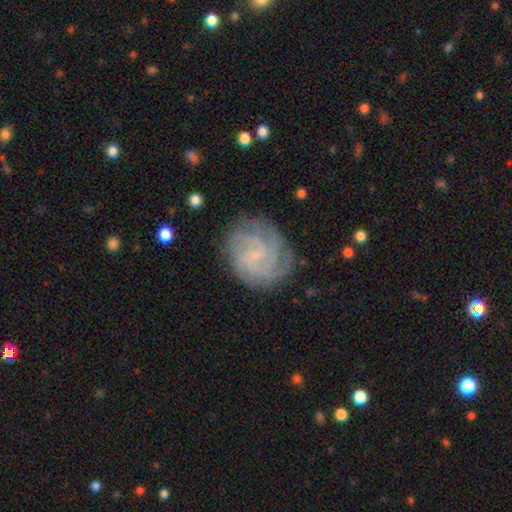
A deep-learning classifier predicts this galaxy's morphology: Overall: featured or disk (80%). Edge-on disk: no (98%). Bar: no (58%; weak 36%). Spiral arms: yes (96%). Spiral arm count: can't tell (28%; 3 23%). Spiral winding: tight (62%; medium 31%). Bulge size: small (76%). Merging: none (76%).